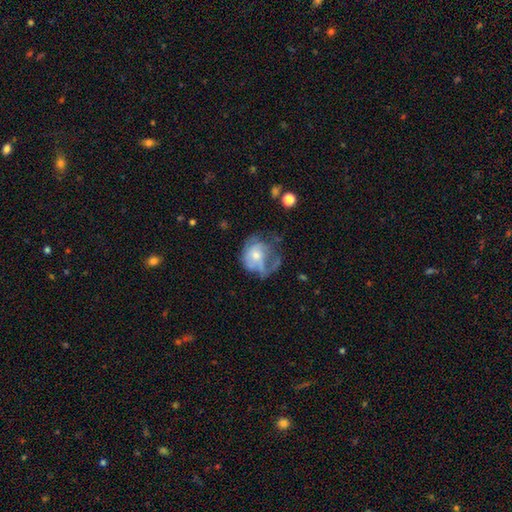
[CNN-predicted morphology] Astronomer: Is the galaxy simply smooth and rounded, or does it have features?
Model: featured or disk — 53% (runner-up: smooth, 39%).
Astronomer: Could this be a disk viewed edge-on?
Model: no — 97%.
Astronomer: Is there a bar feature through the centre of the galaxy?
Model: no — 80%.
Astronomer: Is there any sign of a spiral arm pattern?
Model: yes — 51% (runner-up: no, 49%).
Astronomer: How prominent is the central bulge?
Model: moderate — 49% (runner-up: small, 41%).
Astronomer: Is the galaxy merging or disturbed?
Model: major disturbance — 39% (runner-up: none, 31%).